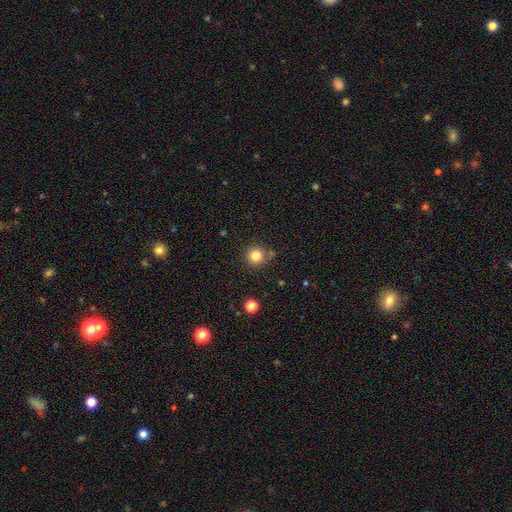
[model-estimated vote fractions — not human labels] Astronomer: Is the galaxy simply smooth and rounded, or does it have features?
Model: smooth — 82%.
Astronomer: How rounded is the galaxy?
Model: round — 94%.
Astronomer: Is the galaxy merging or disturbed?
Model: none — 81%.